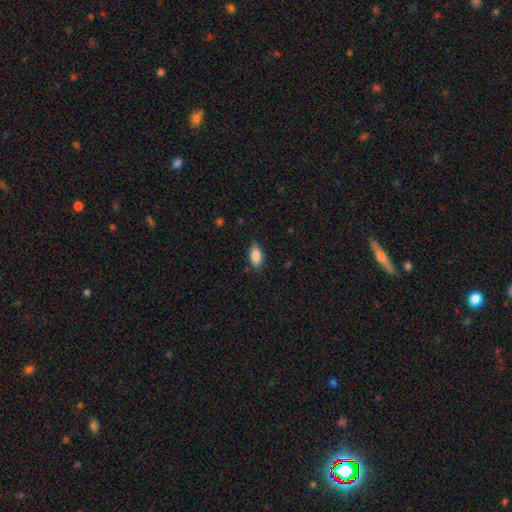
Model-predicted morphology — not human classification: The model was most divided on "merging": none: 84%, minor disturbance: 12%, major disturbance: 2%, merger: 1%. More confident: smooth or featured — smooth (87%); how rounded — in between (86%).